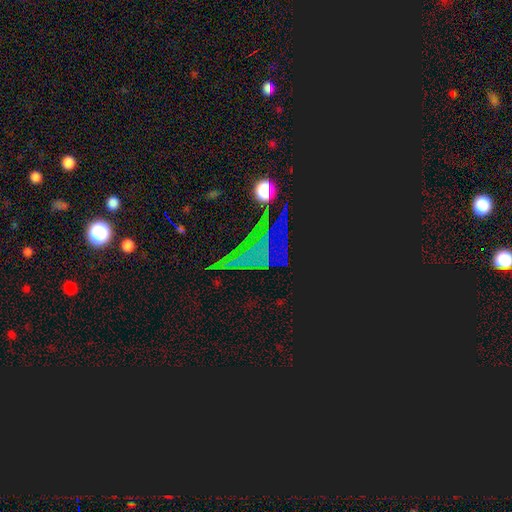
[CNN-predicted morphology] Smooth or featured: star or artifact — 64% (featured or disk — 20%)